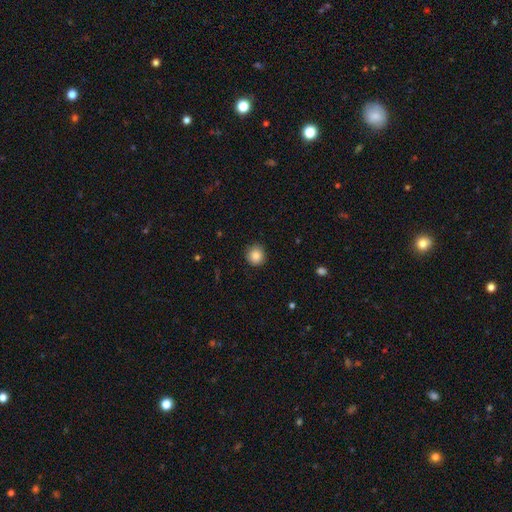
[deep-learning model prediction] Smooth or featured?
  - smooth: 85% *
  - star or artifact: 9%
  - featured or disk: 5%
How rounded?
  - round: 92% *
  - in between: 7%
  - cigar-shaped: 1%
Merging?
  - none: 89% *
  - minor disturbance: 8%
  - major disturbance: 2%
  - merger: 1%